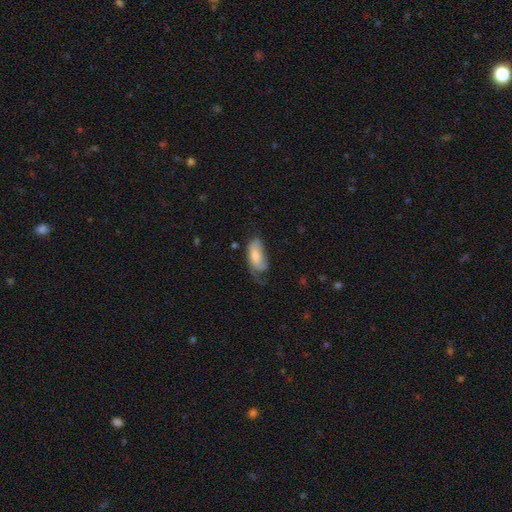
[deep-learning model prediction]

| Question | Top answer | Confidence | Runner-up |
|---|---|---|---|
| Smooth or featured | smooth | 62% | featured or disk (32%) |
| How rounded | in between | 88% | cigar-shaped (9%) |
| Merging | major disturbance | 33% | tied: minor disturbance (33%) |